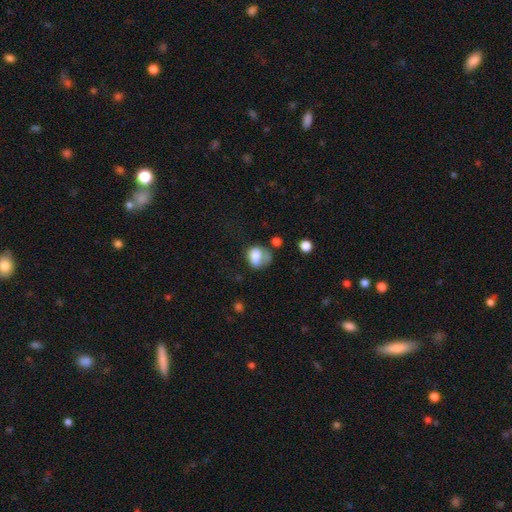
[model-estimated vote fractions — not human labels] Smooth or featured? Predicted: smooth (p=0.72). How rounded? Predicted: in between (p=0.53). Merging? Predicted: none (p=0.30).